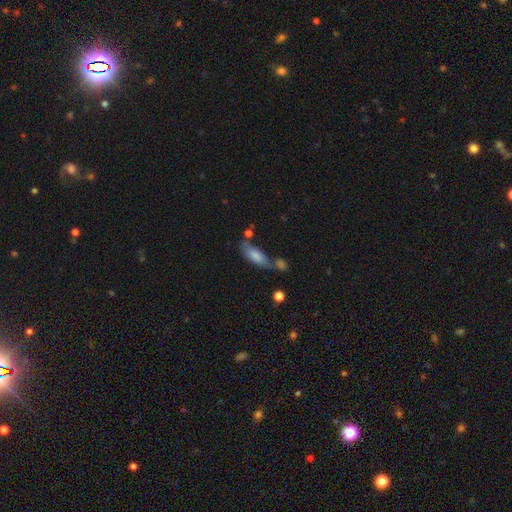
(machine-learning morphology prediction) Overall: smooth (80%). How rounded: in between (70%). Merging: none (45%; merger 27%).